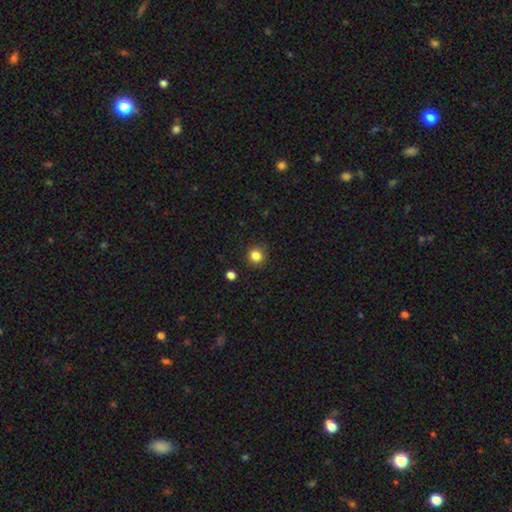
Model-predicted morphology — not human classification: Smooth or featured? Predicted: smooth (p=0.83). How rounded? Predicted: round (p=0.94). Merging? Predicted: none (p=0.90).